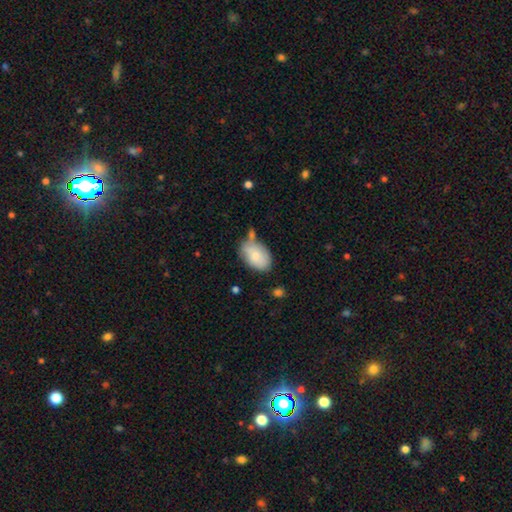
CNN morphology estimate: Q: Smooth or featured?
A: smooth (77%); runner-up: featured or disk (17%)
Q: How rounded?
A: in between (88%); runner-up: round (10%)
Q: Merging?
A: none (53%); runner-up: minor disturbance (27%)